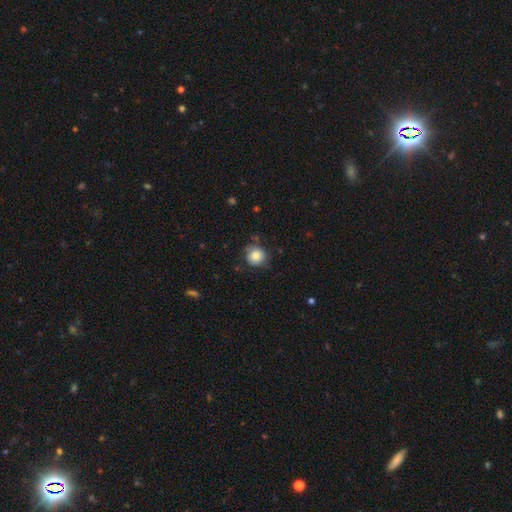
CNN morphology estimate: A smooth galaxy with no disk features (80%) that is round (89%). Merging: none (72%).